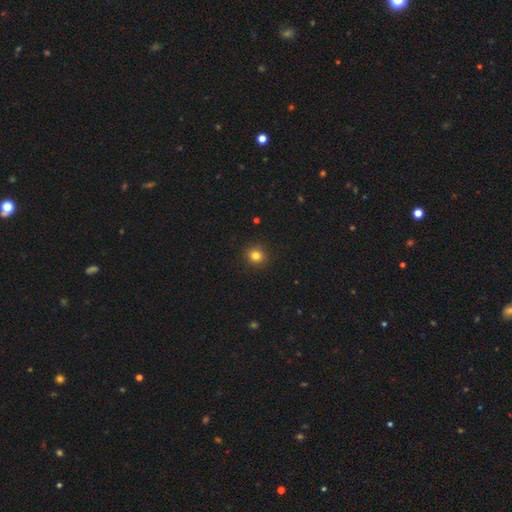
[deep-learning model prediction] This is clearly a smooth galaxy (82%). How rounded: clearly round (86%). Merging: clearly none (91%).